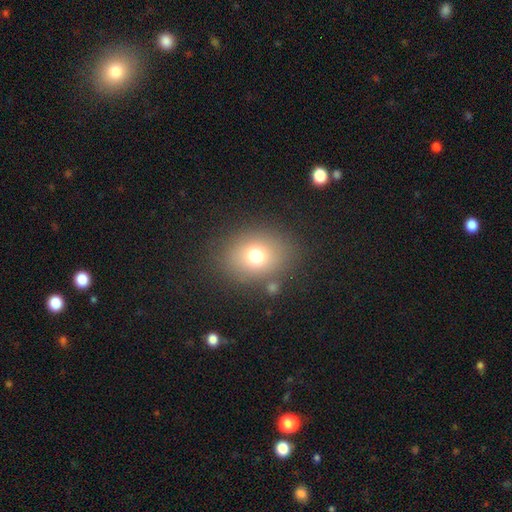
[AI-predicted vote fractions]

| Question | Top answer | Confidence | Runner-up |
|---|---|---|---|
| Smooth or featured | smooth | 73% | star or artifact (15%) |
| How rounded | round | 54% | in between (45%) |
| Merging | none | 80% | minor disturbance (10%) |